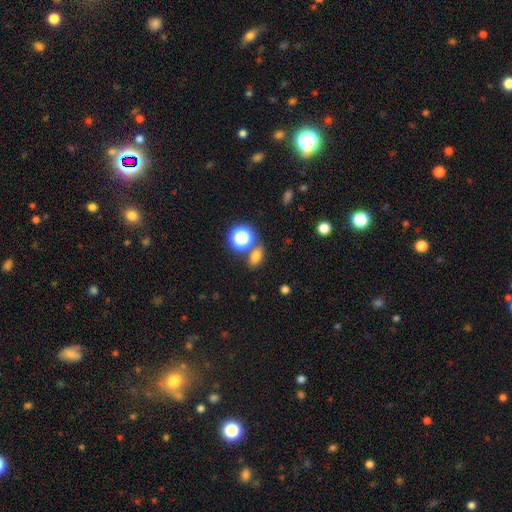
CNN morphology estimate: Smooth or featured: smooth — 72% (star or artifact — 20%)
How rounded: in between — 69% (round — 28%)
Merging: none — 71% (merger — 15%)